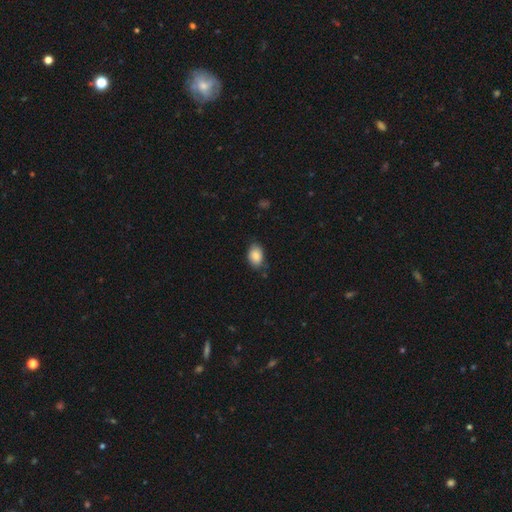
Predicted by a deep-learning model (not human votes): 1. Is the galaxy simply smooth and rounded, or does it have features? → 86% smooth, 7% star or artifact, 6% featured or disk.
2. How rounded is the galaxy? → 83% in between, 16% round, 1% cigar-shaped.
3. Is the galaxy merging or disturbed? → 76% none, 19% minor disturbance, 3% major disturbance, 2% merger.